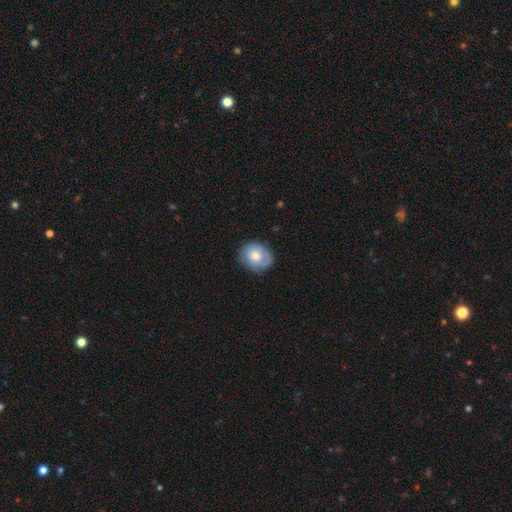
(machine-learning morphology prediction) type=smooth (63%); roundness=round (68%); merging=none (76%).